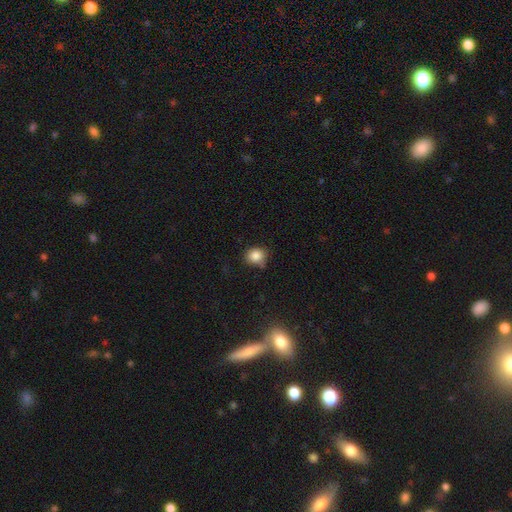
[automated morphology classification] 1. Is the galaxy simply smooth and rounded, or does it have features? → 84% smooth, 11% star or artifact, 5% featured or disk.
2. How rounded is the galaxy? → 71% round, 28% in between, 1% cigar-shaped.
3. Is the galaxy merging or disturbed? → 68% none, 23% minor disturbance, 5% major disturbance, 4% merger.